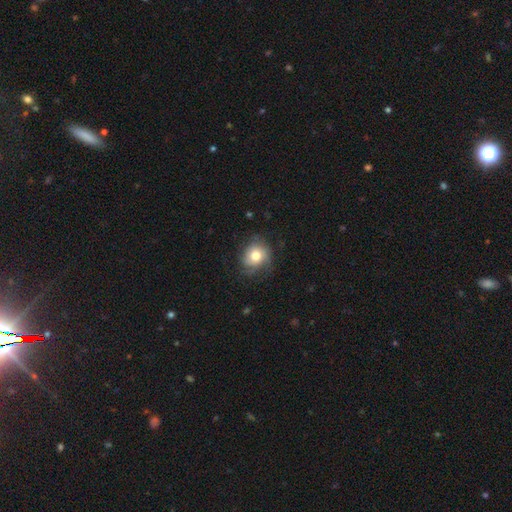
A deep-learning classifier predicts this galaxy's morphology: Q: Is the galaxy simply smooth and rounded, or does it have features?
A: smooth — 54%.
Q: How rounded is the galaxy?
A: round — 73%.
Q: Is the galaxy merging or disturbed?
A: none — 64%.